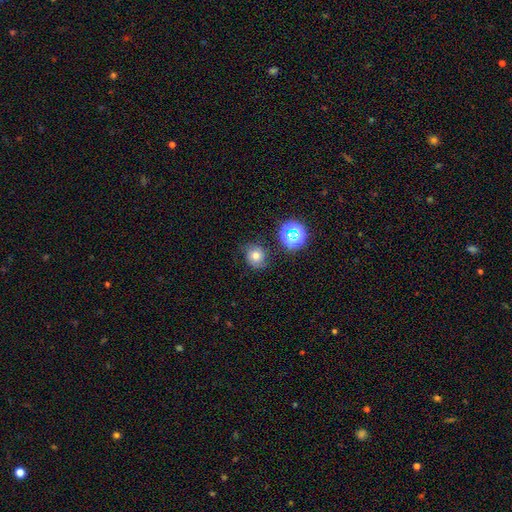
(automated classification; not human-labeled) Smooth or featured? smooth (65%)
How rounded? round (75%)
Merging? none (71%)